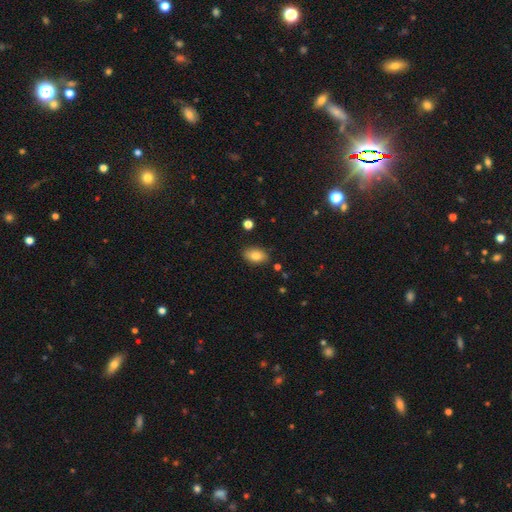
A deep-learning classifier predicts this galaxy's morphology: A smooth galaxy with no disk features (81%) that is in between round and cigar-shaped (88%). Merging: none (85%).